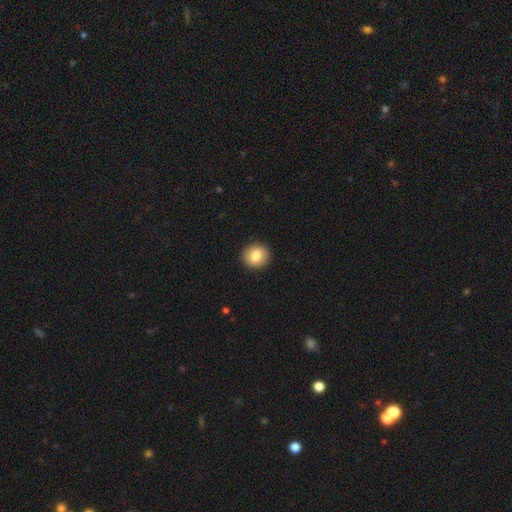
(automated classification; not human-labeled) smooth_or_featured: smooth (p=0.83) [alt: featured or disk p=0.09]
how_rounded: round (p=0.85) [alt: in between p=0.14]
merging: none (p=0.91) [alt: minor disturbance p=0.06]